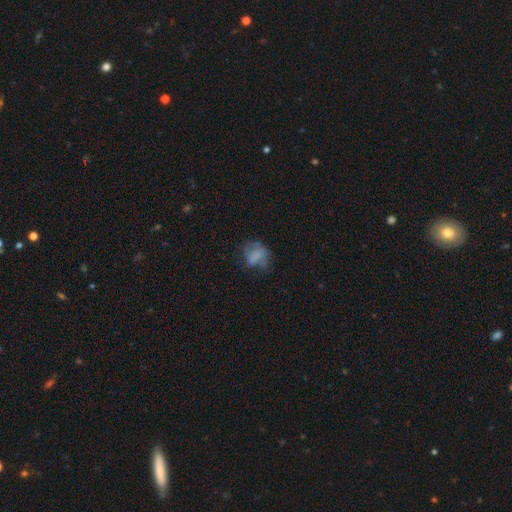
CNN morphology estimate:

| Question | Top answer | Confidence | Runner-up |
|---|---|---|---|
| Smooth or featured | smooth | 59% | featured or disk (28%) |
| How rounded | in between | 50% | round (49%) |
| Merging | none | 41% | major disturbance (28%) |